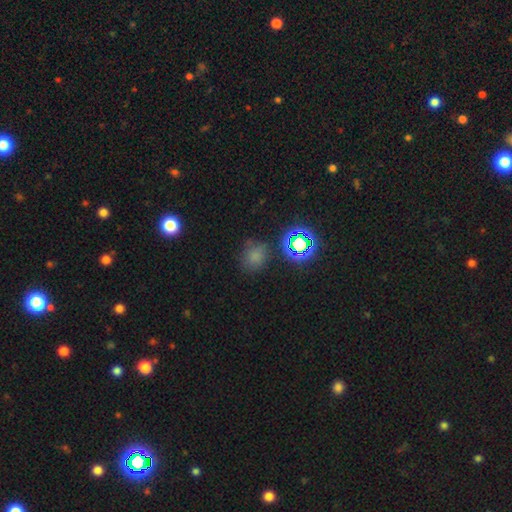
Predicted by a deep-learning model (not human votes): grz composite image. It shows a smooth galaxy with no disk features (64%) that is round (75%). Merging: none (74%).